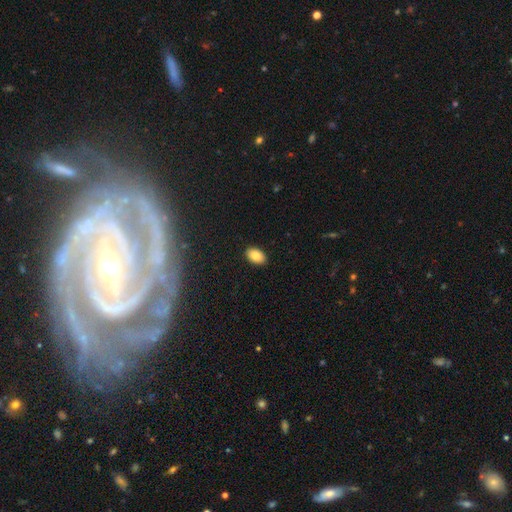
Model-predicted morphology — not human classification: The model was most divided on "smooth or featured": smooth: 85%, star or artifact: 8%, featured or disk: 7%. More confident: how rounded — in between (91%); merging — none (89%).